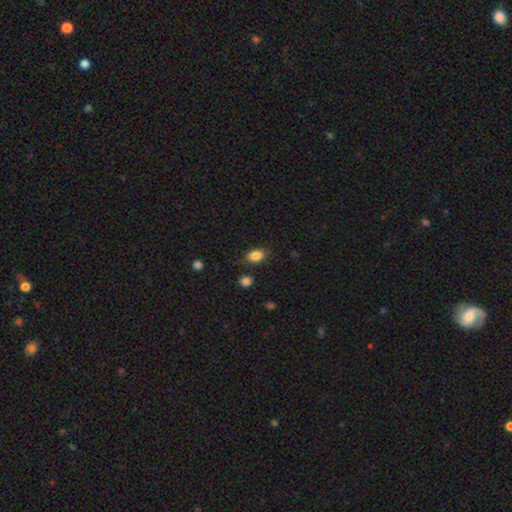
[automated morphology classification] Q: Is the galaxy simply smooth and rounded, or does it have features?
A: smooth — 85%.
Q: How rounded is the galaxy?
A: in between — 78%.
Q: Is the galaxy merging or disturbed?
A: none — 79%.